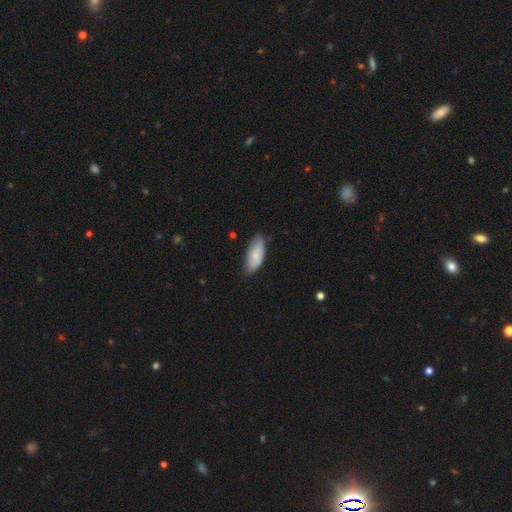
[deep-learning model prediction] Smooth or featured: smooth — 80% (featured or disk — 15%)
How rounded: in between — 85% (cigar-shaped — 14%)
Merging: none — 70% (minor disturbance — 25%)